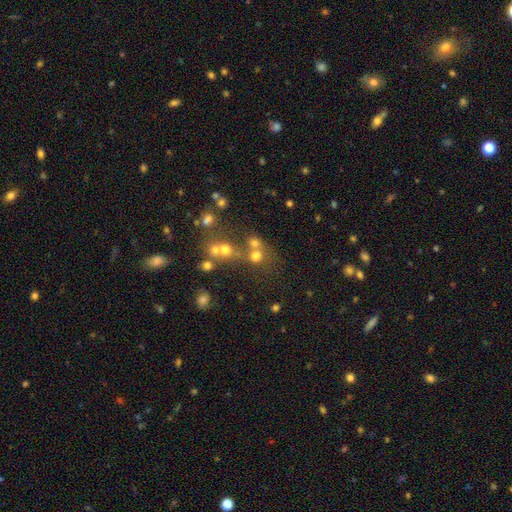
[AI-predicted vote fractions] smooth 65%, star or artifact 21%, featured or disk 14%. Down the decision tree: how rounded — round (85%); merging — none (50%).